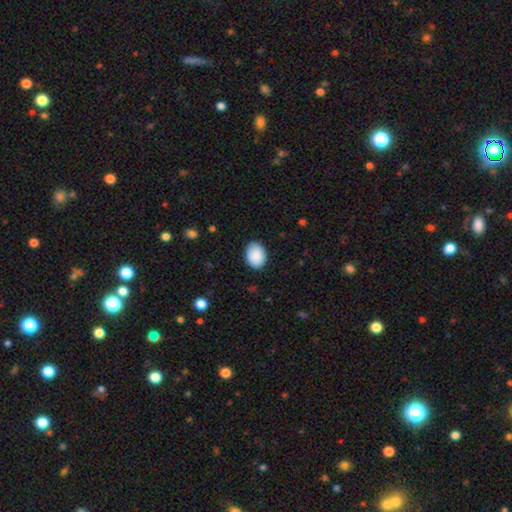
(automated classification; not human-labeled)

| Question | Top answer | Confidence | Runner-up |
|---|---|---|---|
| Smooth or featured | smooth | 90% | star or artifact (7%) |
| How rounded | in between | 73% | round (26%) |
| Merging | none | 87% | minor disturbance (10%) |